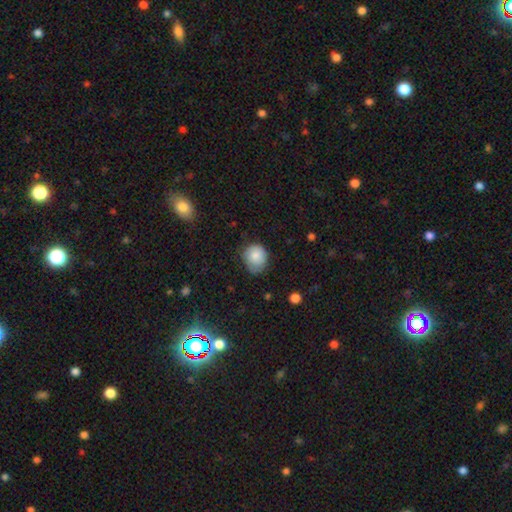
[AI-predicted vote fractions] This is likely a smooth galaxy (80%). How rounded: likely round (70%). Merging: possibly none (56%).